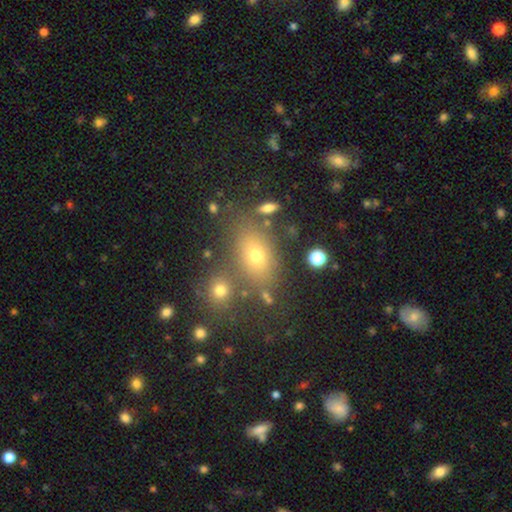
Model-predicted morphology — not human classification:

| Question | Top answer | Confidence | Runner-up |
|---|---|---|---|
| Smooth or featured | smooth | 61% | star or artifact (22%) |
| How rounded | in between | 75% | round (21%) |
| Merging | none | 72% | minor disturbance (12%) |